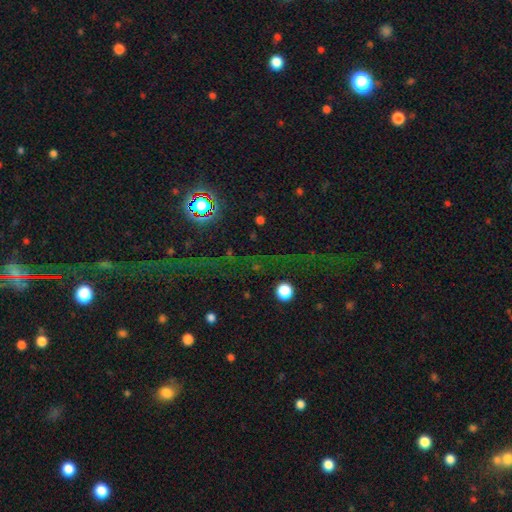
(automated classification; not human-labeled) Morphology: type=star or artifact (75%).